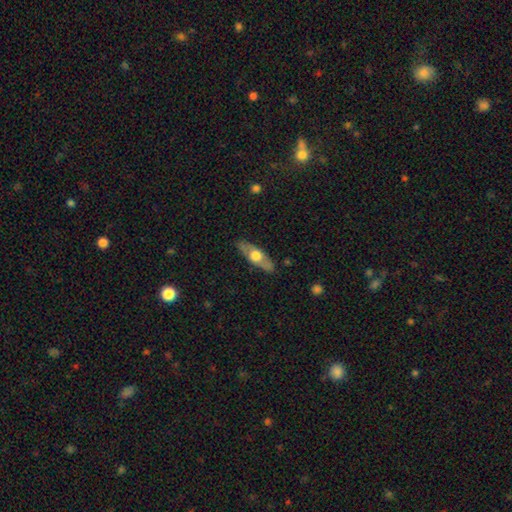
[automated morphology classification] This appears to be a featured or disk galaxy (48%). Merging: none (84%).